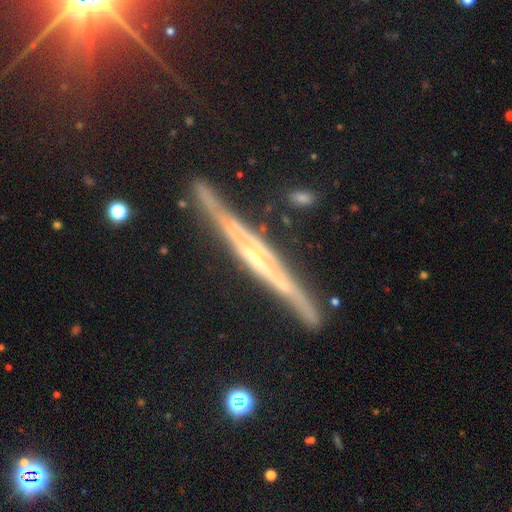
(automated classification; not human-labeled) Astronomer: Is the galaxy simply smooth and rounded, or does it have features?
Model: featured or disk — 85%.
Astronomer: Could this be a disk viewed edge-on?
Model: yes — 96%.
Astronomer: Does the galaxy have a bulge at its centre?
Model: rounded — 51% (runner-up: none, 31%).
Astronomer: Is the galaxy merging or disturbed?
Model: none — 80%.